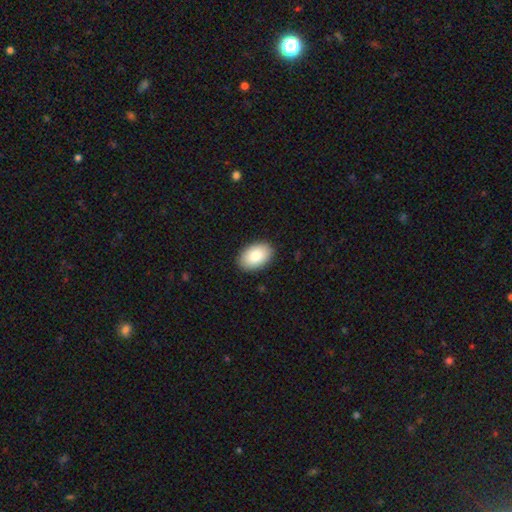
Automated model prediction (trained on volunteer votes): Smooth or featured: smooth — 87% (featured or disk — 7%)
How rounded: in between — 91% (round — 8%)
Merging: none — 89% (minor disturbance — 8%)